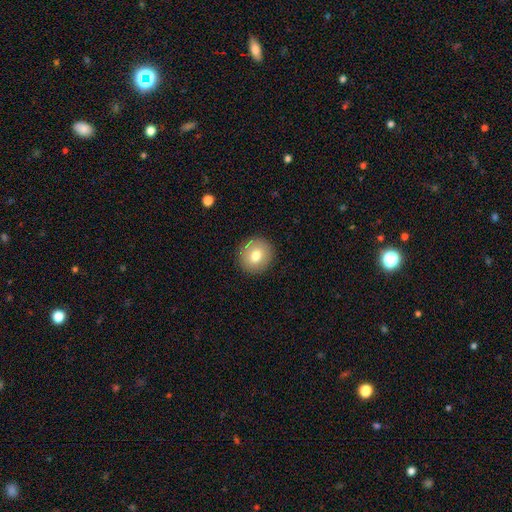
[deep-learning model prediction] Smooth or featured? smooth (75%)
How rounded? round (91%)
Merging? none (90%)